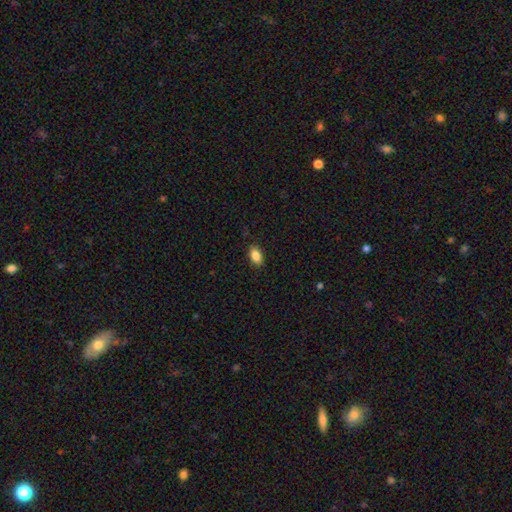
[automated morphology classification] Smooth or featured? Predicted: smooth (p=0.87). How rounded? Predicted: in between (p=0.90). Merging? Predicted: none (p=0.88).